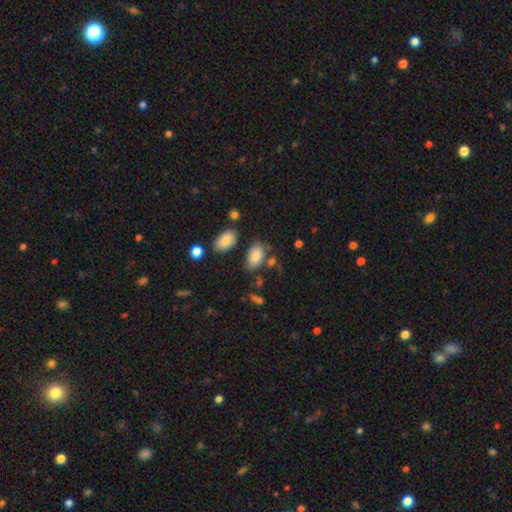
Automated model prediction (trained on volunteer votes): smooth 84%, star or artifact 8%, featured or disk 8%. Down the decision tree: how rounded — in between (93%); merging — none (68%).